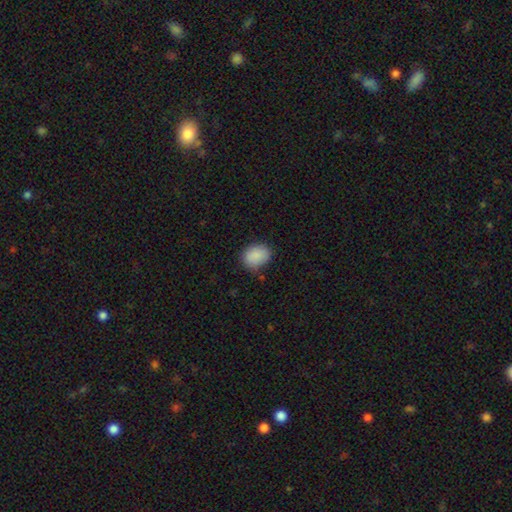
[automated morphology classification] smooth-or-featured: smooth: 88% | star or artifact: 8% | featured or disk: 4%
  how-rounded: in between: 55% | round: 44% | cigar-shaped: 1%
  merging: none: 75% | minor disturbance: 19% | major disturbance: 4% | merger: 2%